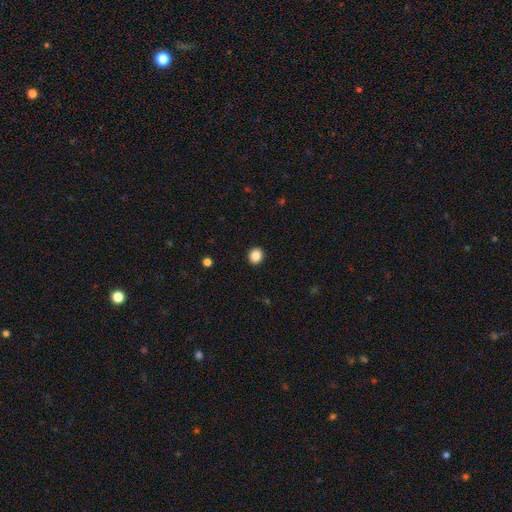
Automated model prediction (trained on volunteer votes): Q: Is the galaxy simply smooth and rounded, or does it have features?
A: smooth — 87%.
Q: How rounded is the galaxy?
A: round — 79%.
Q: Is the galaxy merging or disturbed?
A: none — 92%.